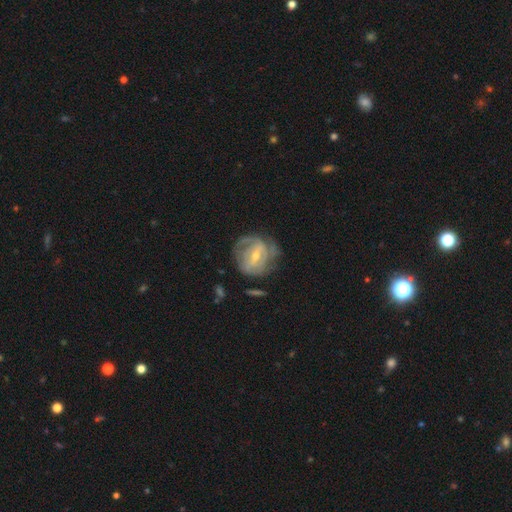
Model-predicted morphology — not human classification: smooth_or_featured: featured or disk (p=0.80) [alt: smooth p=0.14]
disk_edge_on: no (p=0.96) [alt: yes p=0.04]
bar: weak (p=0.51) [alt: strong p=0.30]
has_spiral_arms: yes (p=0.85) [alt: no p=0.15]
spiral_winding: tight (p=0.54) [alt: medium p=0.34]
spiral_arm_count: can't tell (p=0.38) [alt: 2 p=0.33]
bulge_size: small (p=0.49) [alt: moderate p=0.46]
merging: none (p=0.60) [alt: minor disturbance p=0.23]